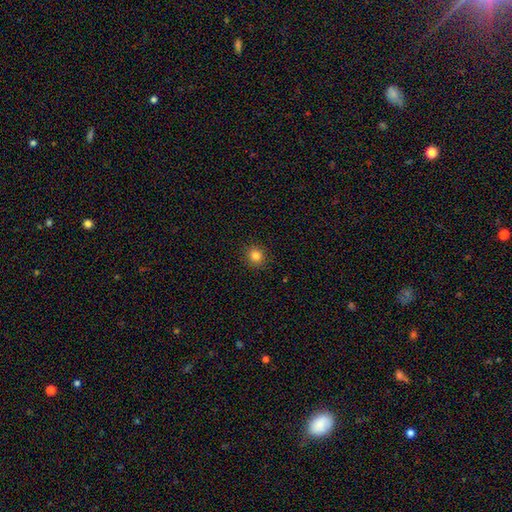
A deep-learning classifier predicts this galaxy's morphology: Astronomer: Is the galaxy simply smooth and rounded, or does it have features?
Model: smooth — 83%.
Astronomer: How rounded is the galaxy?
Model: round — 90%.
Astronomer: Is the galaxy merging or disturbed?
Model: none — 92%.